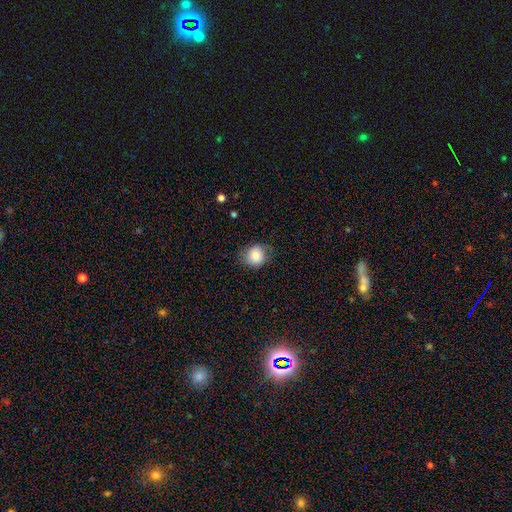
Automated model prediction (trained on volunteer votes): A smooth galaxy with no disk features (81%) that is round (80%).

Vote fractions:
- Smooth or featured? smooth: 81% / featured or disk: 10% / star or artifact: 9%
- How rounded? round: 80% / in between: 19% / cigar-shaped: 1%
- Merging? none: 74% / minor disturbance: 19% / major disturbance: 6% / merger: 1%